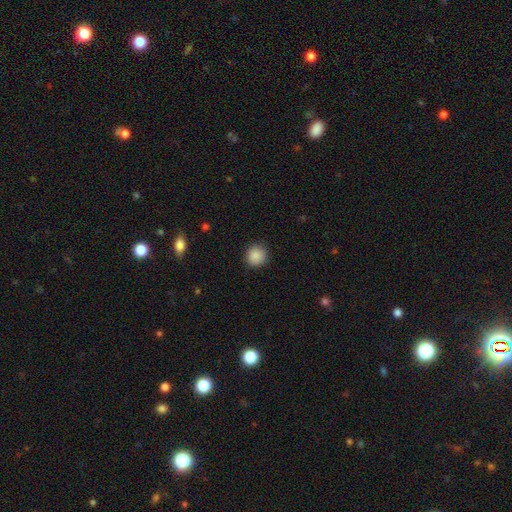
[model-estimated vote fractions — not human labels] smooth 88%, star or artifact 9%, featured or disk 3%. Down the decision tree: how rounded — round (91%); merging — none (90%).